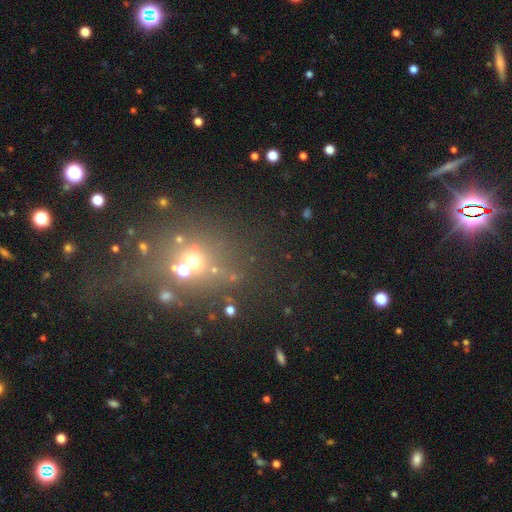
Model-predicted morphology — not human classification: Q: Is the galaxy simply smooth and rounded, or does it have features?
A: star or artifact — 55%.